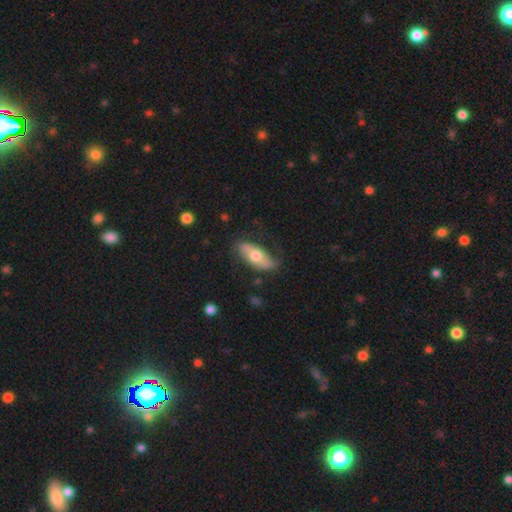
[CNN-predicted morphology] smooth 48%, featured or disk 46%, star or artifact 6%. Down the decision tree: merging — none (69%).